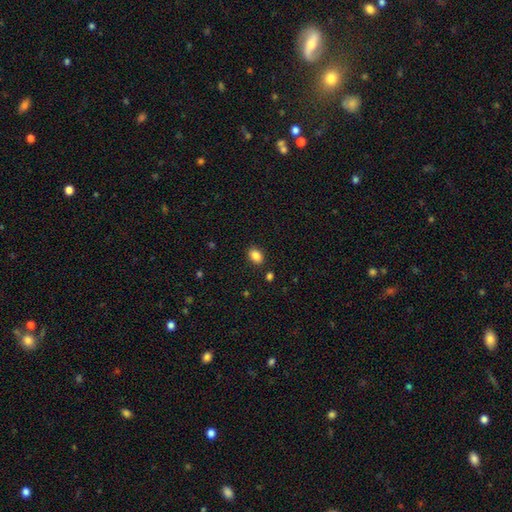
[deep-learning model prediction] Smooth or featured? smooth (86%)
How rounded? in between (76%)
Merging? none (87%)